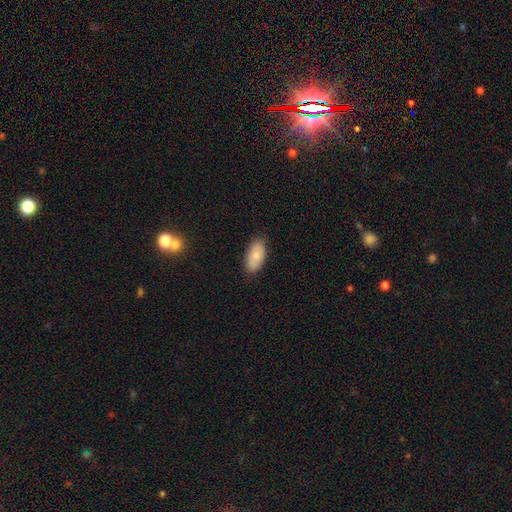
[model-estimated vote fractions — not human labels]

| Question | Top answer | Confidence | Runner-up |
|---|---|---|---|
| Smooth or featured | smooth | 81% | featured or disk (13%) |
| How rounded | in between | 94% | cigar-shaped (4%) |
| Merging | none | 83% | minor disturbance (13%) |